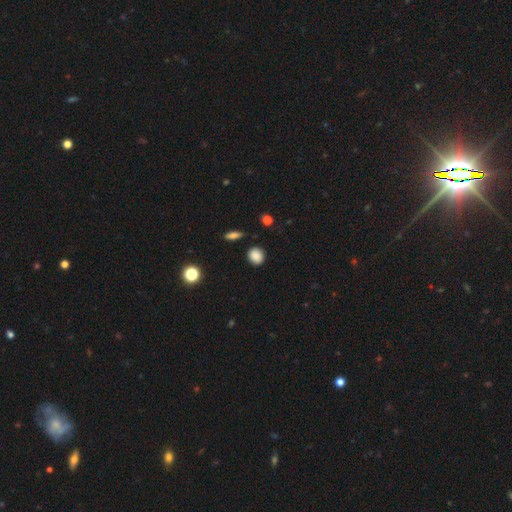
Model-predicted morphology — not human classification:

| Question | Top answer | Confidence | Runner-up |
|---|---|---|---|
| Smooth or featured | smooth | 87% | star or artifact (9%) |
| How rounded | round | 76% | in between (23%) |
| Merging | none | 88% | minor disturbance (8%) |